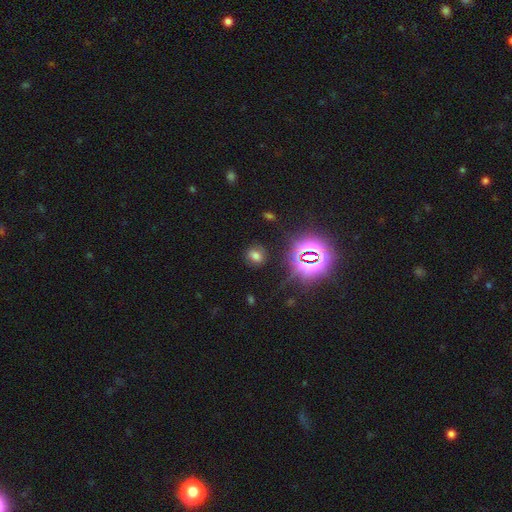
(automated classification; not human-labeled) Morphology: type=smooth (56%); roundness=round (61%); merging=none (82%).